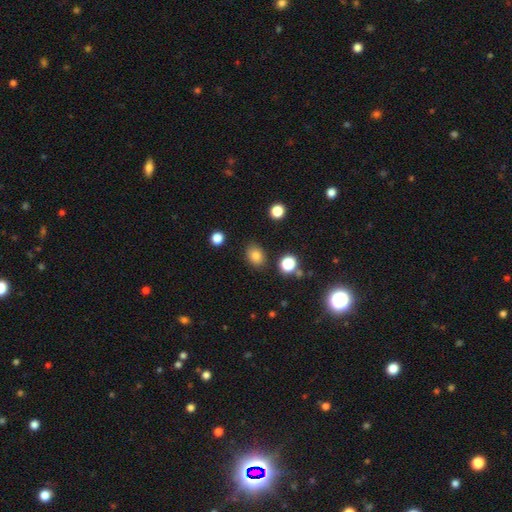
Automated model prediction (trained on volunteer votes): smooth-or-featured: smooth: 81% | star or artifact: 12% | featured or disk: 7%
  how-rounded: in between: 62% | round: 37% | cigar-shaped: 1%
  merging: none: 84% | minor disturbance: 10% | major disturbance: 3% | merger: 3%